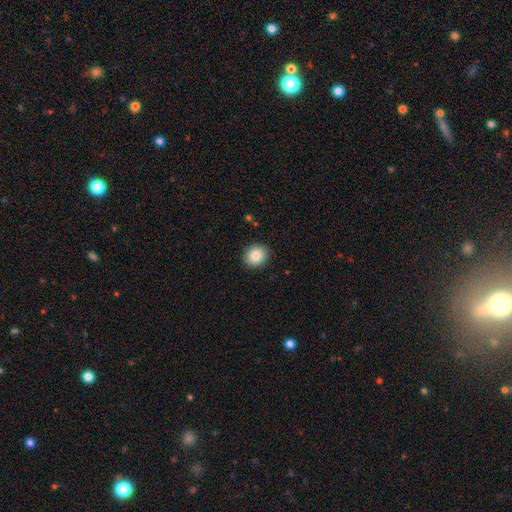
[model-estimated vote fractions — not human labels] Overall: smooth (86%). How rounded: round (73%). Merging: none (90%).